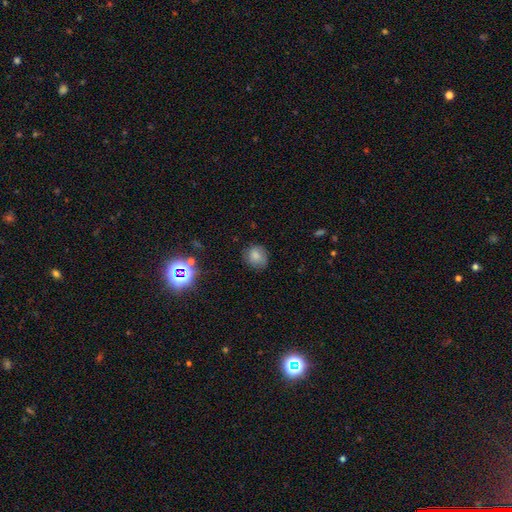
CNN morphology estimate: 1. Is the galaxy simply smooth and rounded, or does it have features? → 76% smooth, 12% star or artifact, 12% featured or disk.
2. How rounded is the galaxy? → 78% round, 21% in between, 1% cigar-shaped.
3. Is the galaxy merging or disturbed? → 76% none, 18% minor disturbance, 5% major disturbance, 1% merger.